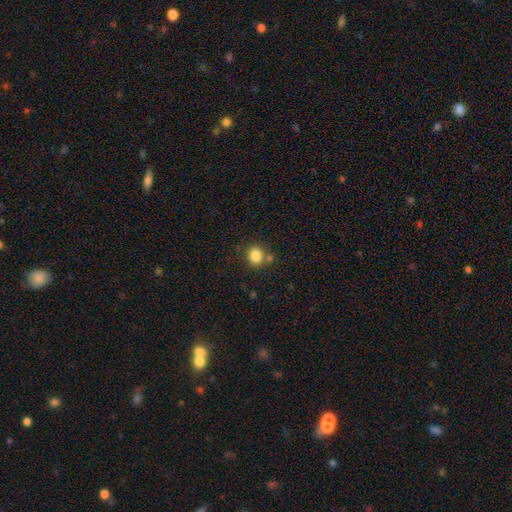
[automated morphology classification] A smooth galaxy with no disk features (83%) that is round (64%).

Vote fractions:
- Smooth or featured? smooth: 83% / star or artifact: 11% / featured or disk: 6%
- How rounded? round: 64% / in between: 36% / cigar-shaped: 1%
- Merging? none: 73% / merger: 12% / minor disturbance: 12% / major disturbance: 4%